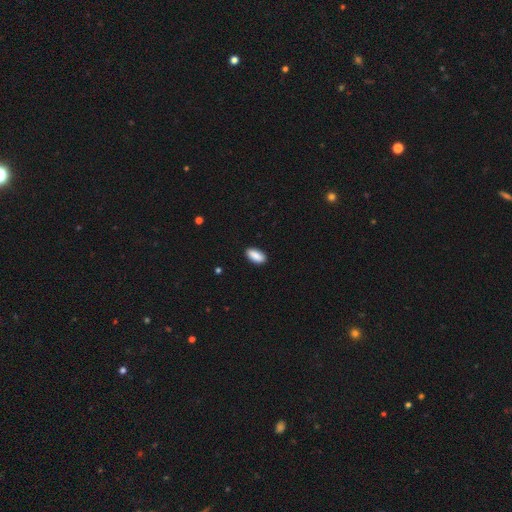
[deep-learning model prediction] Morphology: type=smooth (90%); roundness=in between (92%); merging=none (89%).